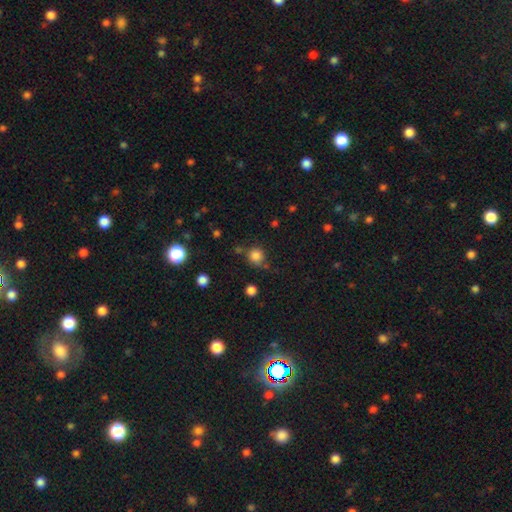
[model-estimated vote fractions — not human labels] The model was most divided on "merging": none: 72%, minor disturbance: 15%, merger: 9%, major disturbance: 5%. More confident: how rounded — round (89%); smooth or featured — smooth (82%).